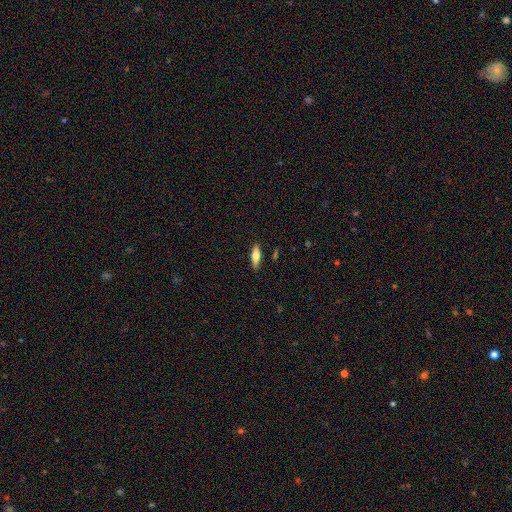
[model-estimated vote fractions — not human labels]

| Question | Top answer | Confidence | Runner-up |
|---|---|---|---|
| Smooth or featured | smooth | 56% | featured or disk (37%) |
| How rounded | cigar-shaped | 55% | in between (42%) |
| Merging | none | 88% | minor disturbance (8%) |